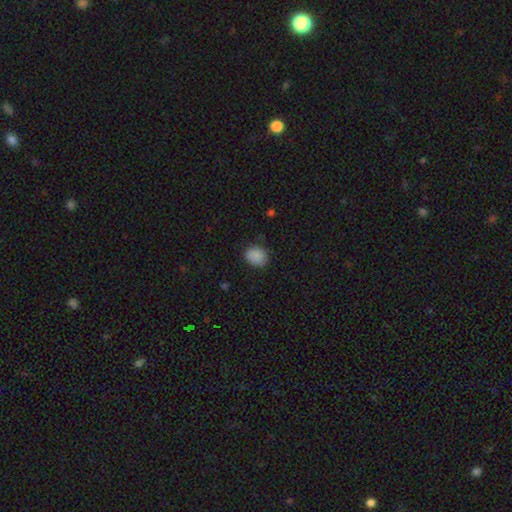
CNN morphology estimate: Smooth or featured: smooth — 87% (star or artifact — 9%)
How rounded: round — 58% (in between — 41%)
Merging: none — 80% (minor disturbance — 16%)